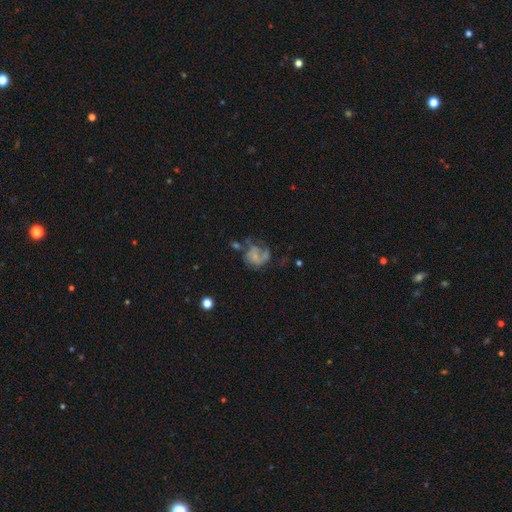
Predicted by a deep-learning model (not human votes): The model was most divided on "merging": major disturbance: 36%, none: 32%, minor disturbance: 20%, merger: 12%. Remaining: edge-on disk — no (98%); spiral arms — yes (70%); bar — no (68%); smooth or featured — featured or disk (63%); bulge size — small (50%).